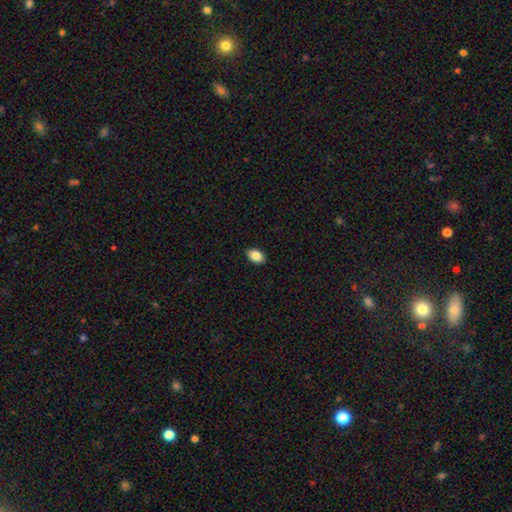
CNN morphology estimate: Smooth or featured?
  - smooth: 86% *
  - star or artifact: 8%
  - featured or disk: 6%
How rounded?
  - in between: 86% *
  - round: 13%
  - cigar-shaped: 1%
Merging?
  - none: 90% *
  - minor disturbance: 8%
  - major disturbance: 2%
  - merger: 1%